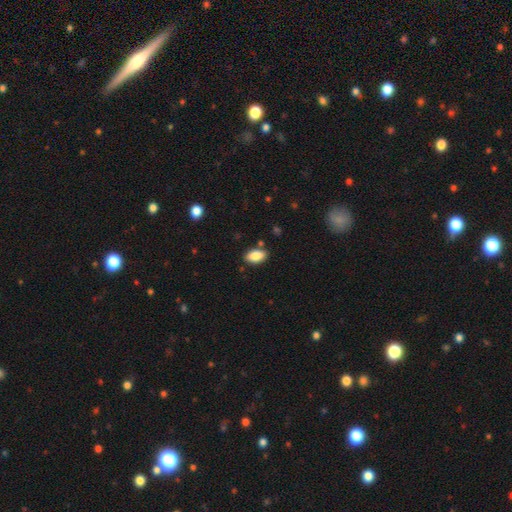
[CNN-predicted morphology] Smooth or featured: smooth — 87% (star or artifact — 7%)
How rounded: in between — 93% (round — 4%)
Merging: none — 84% (minor disturbance — 10%)